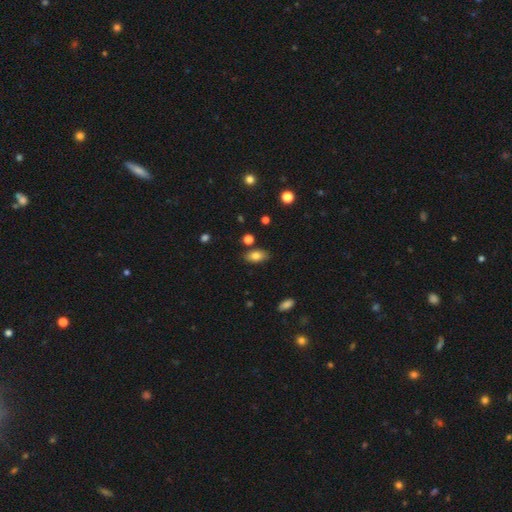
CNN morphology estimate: This appears to be a smooth galaxy with no disk features (80%) that is in between round and cigar-shaped (89%). Merging: none (82%).